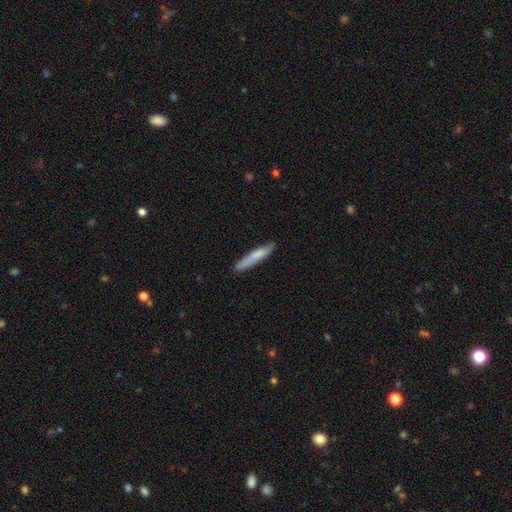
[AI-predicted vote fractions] Overall: smooth (72%). How rounded: cigar-shaped (92%). Merging: none (81%).